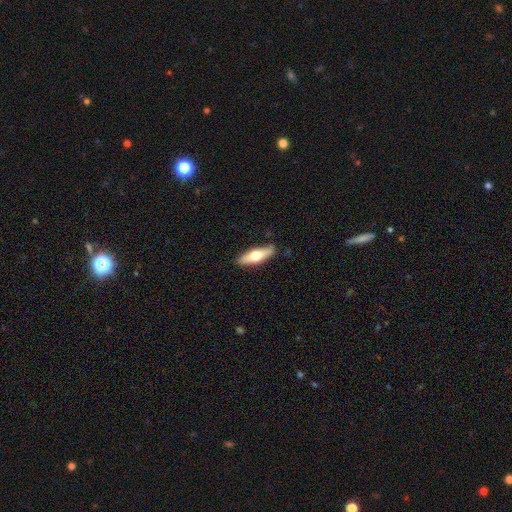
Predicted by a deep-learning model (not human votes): The model was most divided on "how rounded": in between: 51%, cigar-shaped: 47%, round: 2%. More confident: merging — none (86%); smooth or featured — smooth (59%).